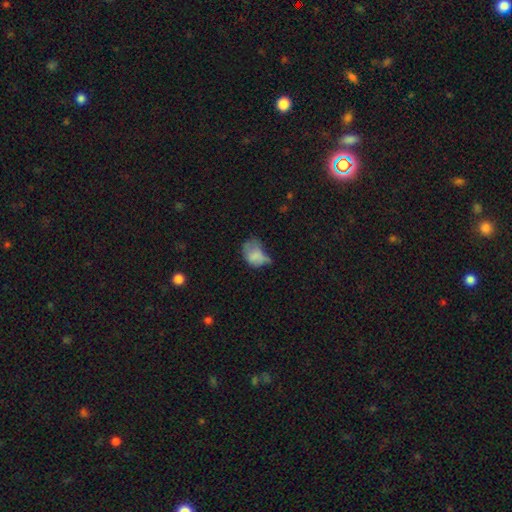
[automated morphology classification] smooth 69%, featured or disk 20%, star or artifact 12%. Down the decision tree: how rounded — in between (73%); merging — major disturbance (37%).